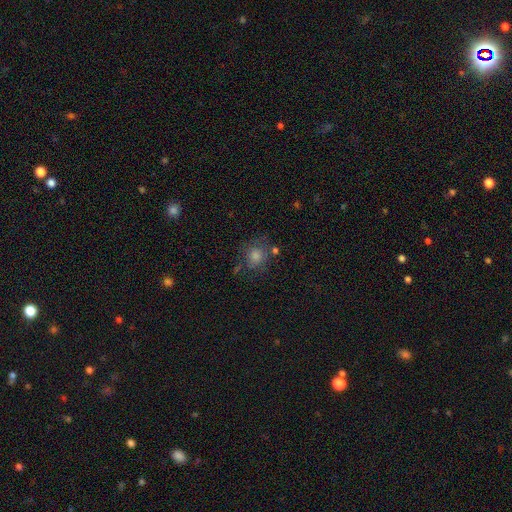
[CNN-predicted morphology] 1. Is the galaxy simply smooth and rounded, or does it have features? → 63% smooth, 20% star or artifact, 17% featured or disk.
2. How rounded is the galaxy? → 83% round, 16% in between, 1% cigar-shaped.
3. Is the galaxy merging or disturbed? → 68% none, 17% minor disturbance, 8% major disturbance, 7% merger.